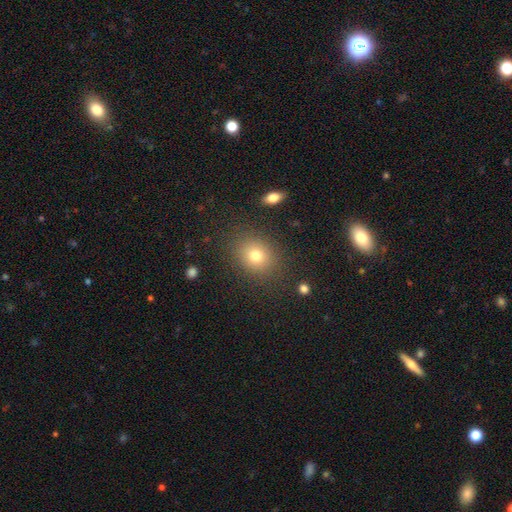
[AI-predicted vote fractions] smooth_or_featured: smooth (p=0.76) [alt: star or artifact p=0.13]
how_rounded: round (p=0.59) [alt: in between p=0.40]
merging: none (p=0.85) [alt: minor disturbance p=0.09]